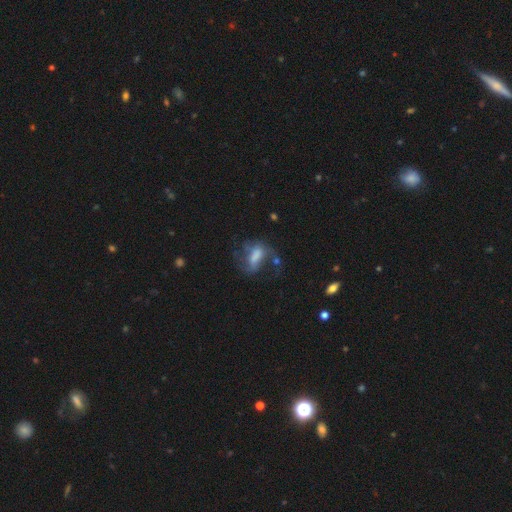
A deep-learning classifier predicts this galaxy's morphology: The model was most divided on "smooth or featured": featured or disk: 46%, smooth: 43%, star or artifact: 11%. Remaining: merging — major disturbance (42%).